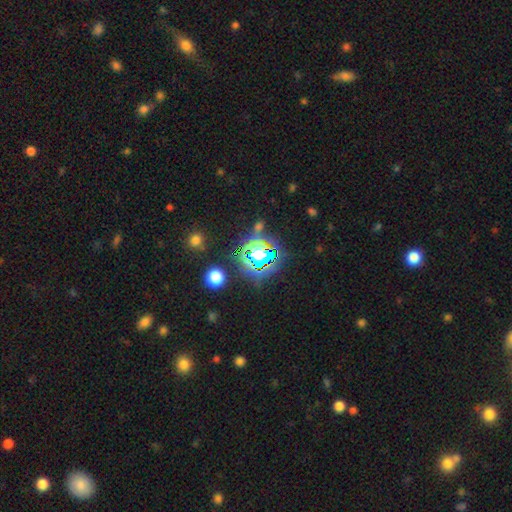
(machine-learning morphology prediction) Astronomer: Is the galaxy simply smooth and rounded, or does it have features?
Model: star or artifact — 80%.